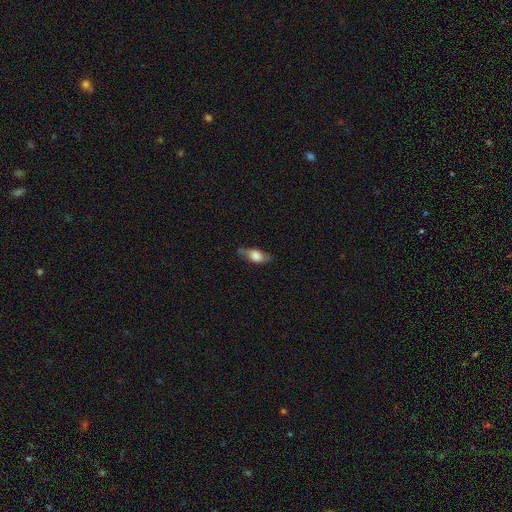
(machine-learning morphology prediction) This appears to be a smooth galaxy with no disk features (58%) that is in between round and cigar-shaped (75%). Merging: none (63%).